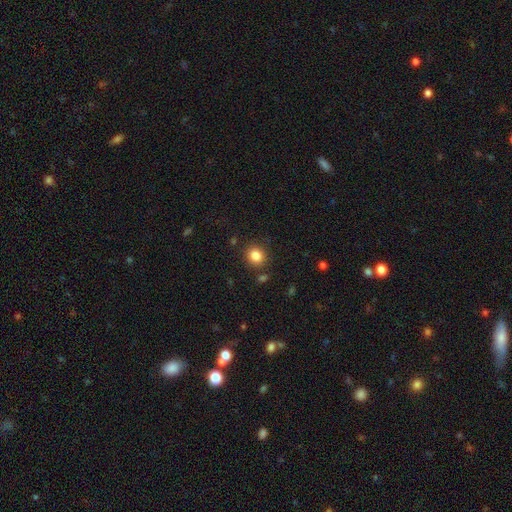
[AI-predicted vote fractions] Q: Smooth or featured?
A: smooth (85%); runner-up: star or artifact (11%)
Q: How rounded?
A: round (79%); runner-up: in between (20%)
Q: Merging?
A: none (86%); runner-up: minor disturbance (8%)